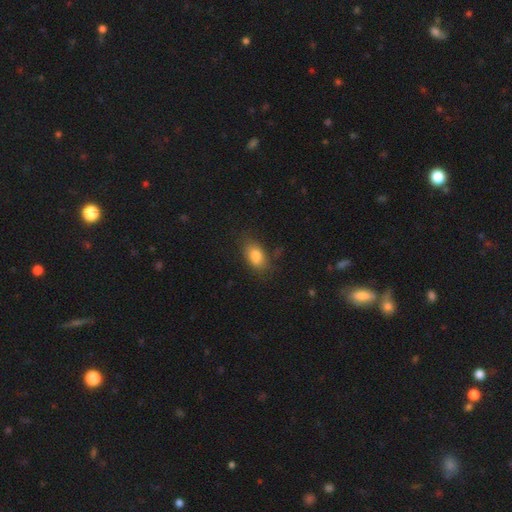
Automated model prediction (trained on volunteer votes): Overall: smooth (82%). How rounded: in between (86%). Merging: none (69%).